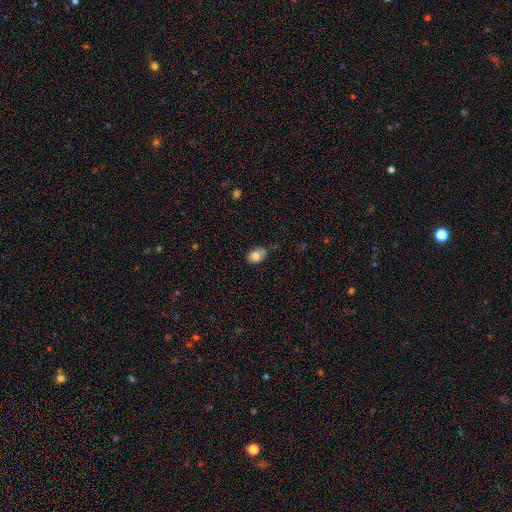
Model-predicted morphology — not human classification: Smooth or featured: smooth — 78% (featured or disk — 13%)
How rounded: in between — 74% (round — 25%)
Merging: none — 63% (minor disturbance — 28%)